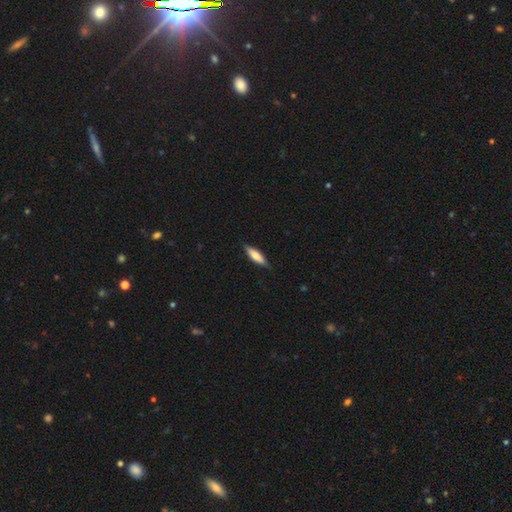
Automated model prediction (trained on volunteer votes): A smooth galaxy with no disk features (60%) that is cigar-shaped (62%).

Vote fractions:
- Smooth or featured? smooth: 60% / featured or disk: 34% / star or artifact: 6%
- How rounded? cigar-shaped: 62% / in between: 37% / round: 2%
- Merging? none: 84% / minor disturbance: 13% / major disturbance: 2% / merger: 1%